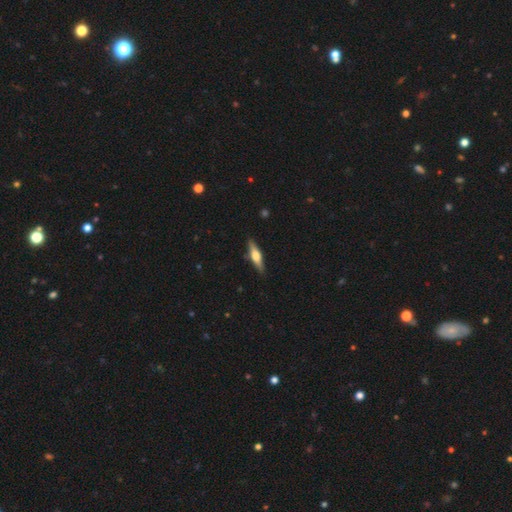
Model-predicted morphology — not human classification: A featured or disk galaxy (59%) viewed edge-on (96%) with a rounded central bulge (91%).

Vote fractions:
- Smooth or featured? featured or disk: 59% / smooth: 36% / star or artifact: 6%
- Edge-on disk? yes: 96% / no: 4%
- Edge-on bulge? rounded: 91% / boxy: 7% / none: 3%
- Merging? none: 88% / minor disturbance: 9% / major disturbance: 2% / merger: 1%